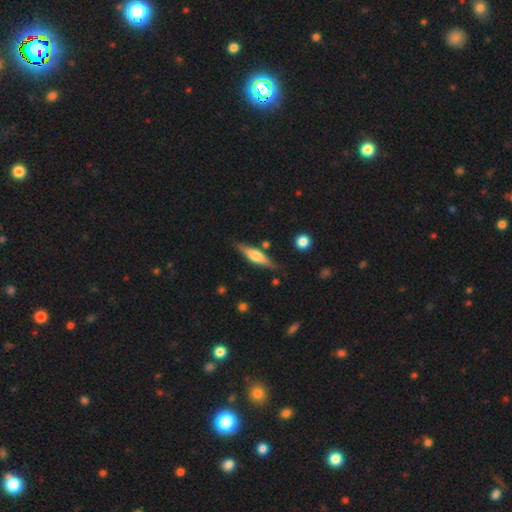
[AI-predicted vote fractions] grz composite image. It shows a featured or disk galaxy (53%) viewed edge-on (94%). Merging: none (82%).